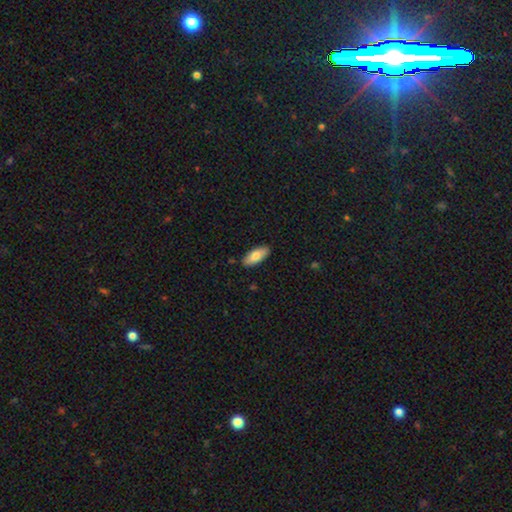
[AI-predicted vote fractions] A smooth galaxy with no disk features (79%) that is in between round and cigar-shaped (82%). Merging: none (88%).